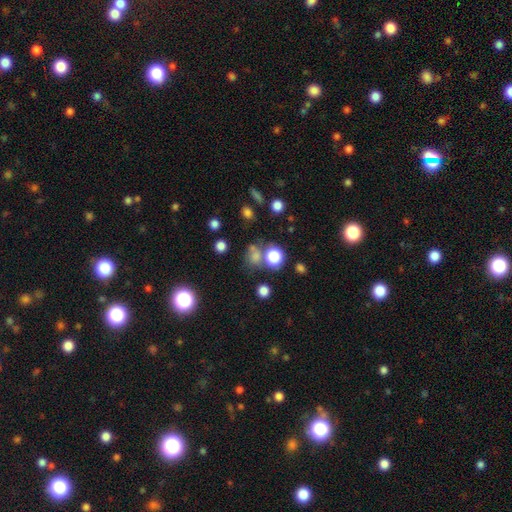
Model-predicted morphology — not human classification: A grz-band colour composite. It shows a smooth galaxy with no disk features (64%) that is round (78%). Merging: none (58%).